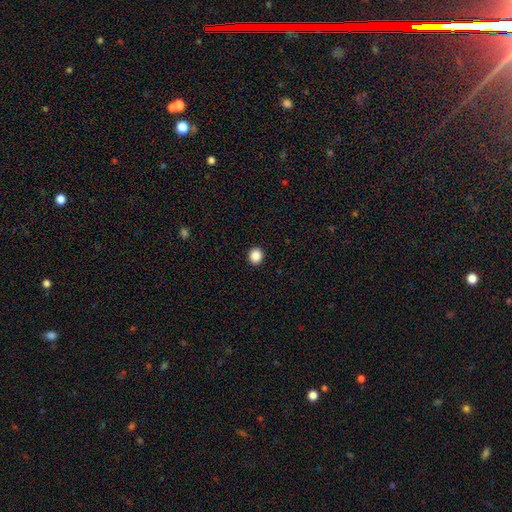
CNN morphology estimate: Smooth or featured?
  - smooth: 88% *
  - star or artifact: 9%
  - featured or disk: 2%
How rounded?
  - round: 81% *
  - in between: 18%
  - cigar-shaped: 1%
Merging?
  - none: 93% *
  - minor disturbance: 5%
  - major disturbance: 2%
  - merger: 1%